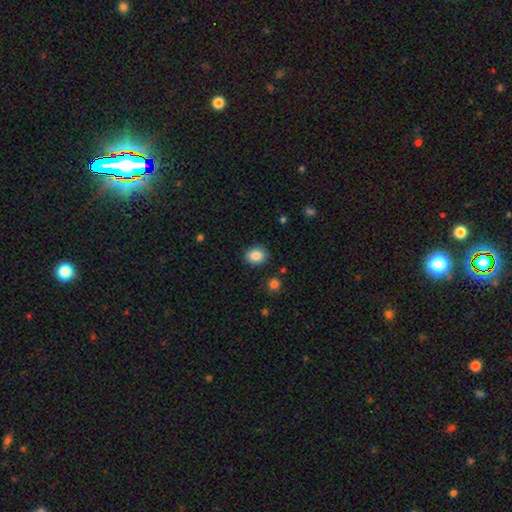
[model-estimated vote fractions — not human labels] smooth 86%, star or artifact 9%, featured or disk 5%. Down the decision tree: how rounded — round (60%); merging — none (89%).